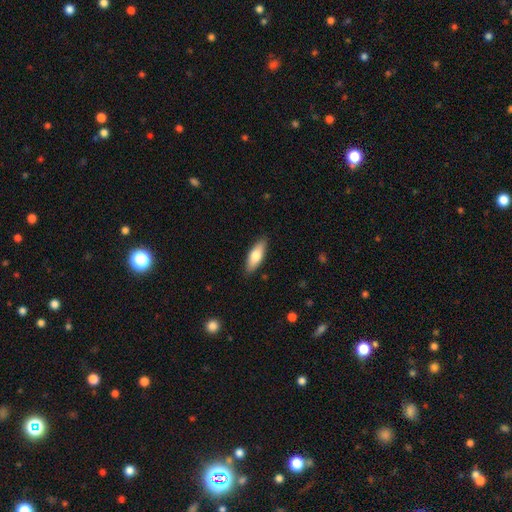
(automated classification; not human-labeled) A smooth galaxy with no disk features (71%) that is in between round and cigar-shaped (64%).

Vote fractions:
- Smooth or featured? smooth: 71% / featured or disk: 23% / star or artifact: 6%
- How rounded? in between: 64% / cigar-shaped: 34% / round: 2%
- Merging? none: 88% / minor disturbance: 9% / major disturbance: 2% / merger: 1%